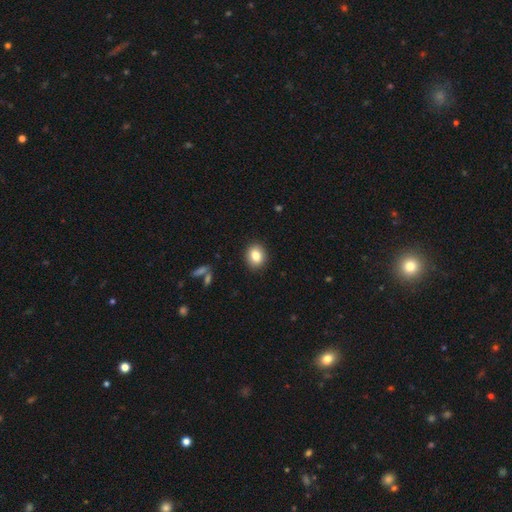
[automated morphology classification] smooth 83%, star or artifact 10%, featured or disk 7%. Down the decision tree: how rounded — round (58%); merging — none (90%).